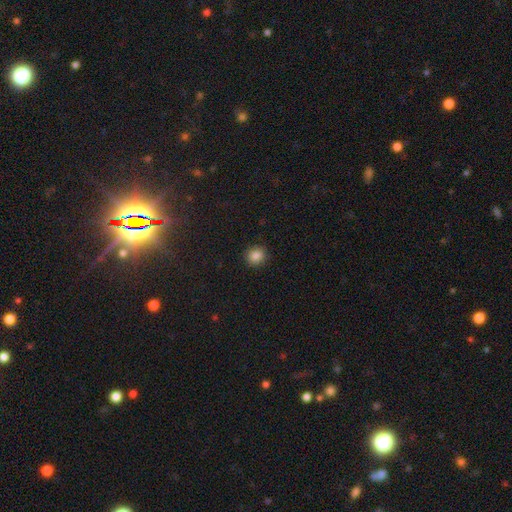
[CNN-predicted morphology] The model was most divided on "how rounded": round: 83%, in between: 17%, cigar-shaped: 1%. More confident: merging — none (90%); smooth or featured — smooth (85%).